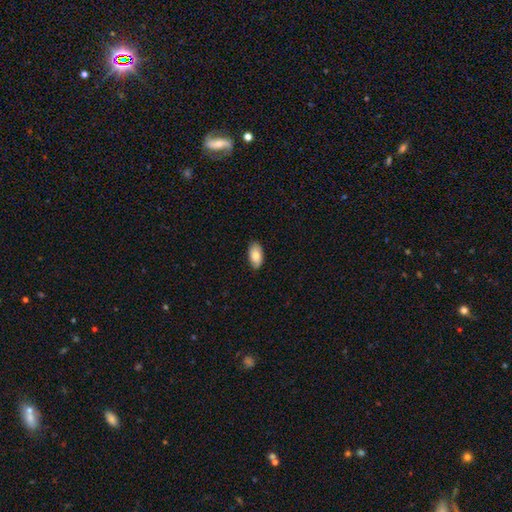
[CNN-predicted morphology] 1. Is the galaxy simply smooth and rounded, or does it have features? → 85% smooth, 9% featured or disk, 6% star or artifact.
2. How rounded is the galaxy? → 94% in between, 3% cigar-shaped, 3% round.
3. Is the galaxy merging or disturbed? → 85% none, 12% minor disturbance, 2% major disturbance, 1% merger.